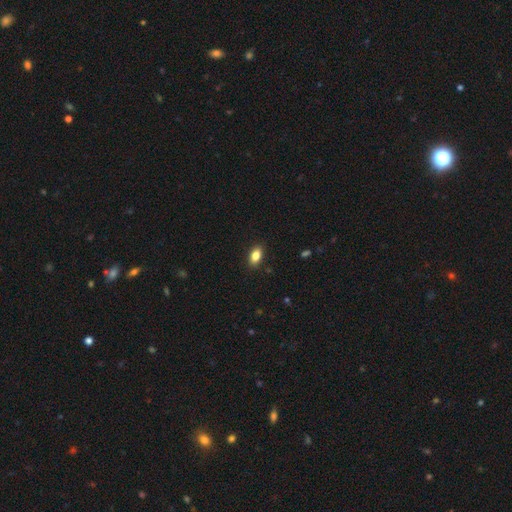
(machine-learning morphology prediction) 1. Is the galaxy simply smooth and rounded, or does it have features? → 84% smooth, 8% star or artifact, 8% featured or disk.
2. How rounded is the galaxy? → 88% in between, 8% round, 4% cigar-shaped.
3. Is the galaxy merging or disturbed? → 88% none, 9% minor disturbance, 2% major disturbance, 1% merger.